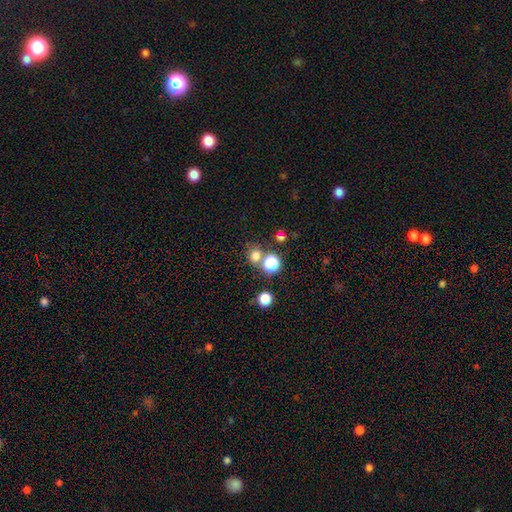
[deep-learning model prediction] Overall: smooth (69%). How rounded: round (81%). Merging: none (68%).